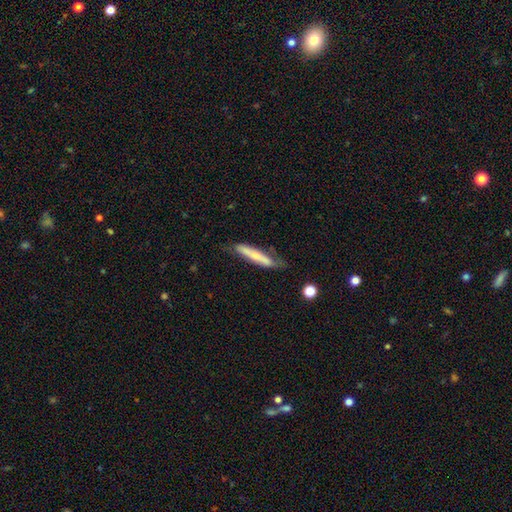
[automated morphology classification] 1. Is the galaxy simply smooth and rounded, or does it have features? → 53% smooth, 41% featured or disk, 7% star or artifact.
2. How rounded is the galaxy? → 88% cigar-shaped, 11% in between, 1% round.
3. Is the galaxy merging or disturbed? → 59% none, 28% minor disturbance, 10% major disturbance, 3% merger.